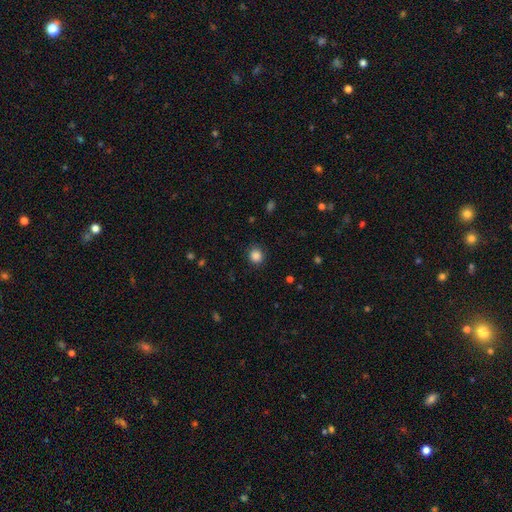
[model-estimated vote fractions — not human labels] Smooth or featured: smooth — 86% (star or artifact — 11%)
How rounded: round — 86% (in between — 13%)
Merging: none — 89% (minor disturbance — 8%)